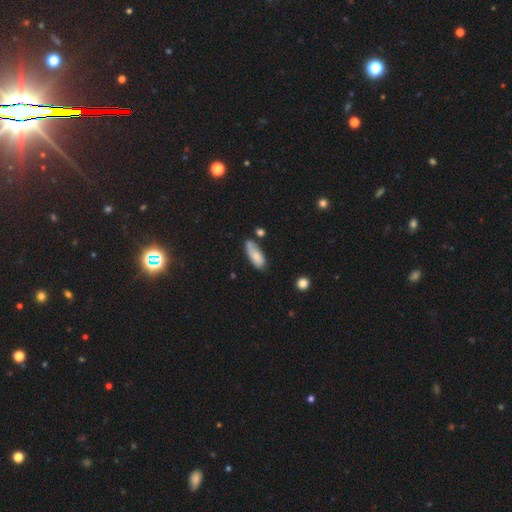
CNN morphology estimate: Q: Smooth or featured?
A: smooth (77%); runner-up: featured or disk (17%)
Q: How rounded?
A: in between (78%); runner-up: cigar-shaped (20%)
Q: Merging?
A: none (59%); runner-up: minor disturbance (27%)